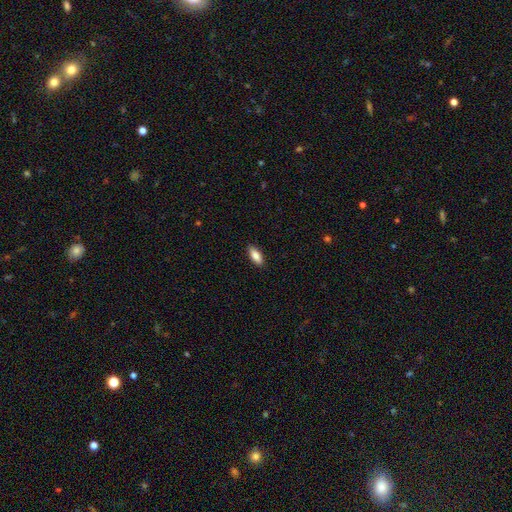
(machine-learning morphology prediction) Smooth or featured? Predicted: smooth (p=0.85). How rounded? Predicted: in between (p=0.78). Merging? Predicted: none (p=0.89).